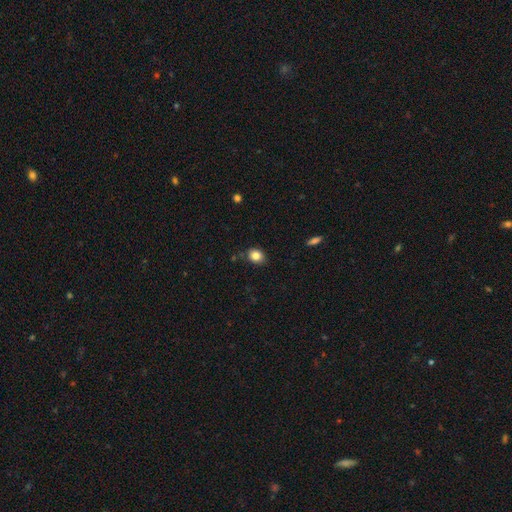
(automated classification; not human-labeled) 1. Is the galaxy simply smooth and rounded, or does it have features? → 83% smooth, 10% star or artifact, 7% featured or disk.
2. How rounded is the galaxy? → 50% round, 48% in between, 1% cigar-shaped.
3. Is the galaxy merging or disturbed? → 82% none, 13% minor disturbance, 3% major disturbance, 3% merger.